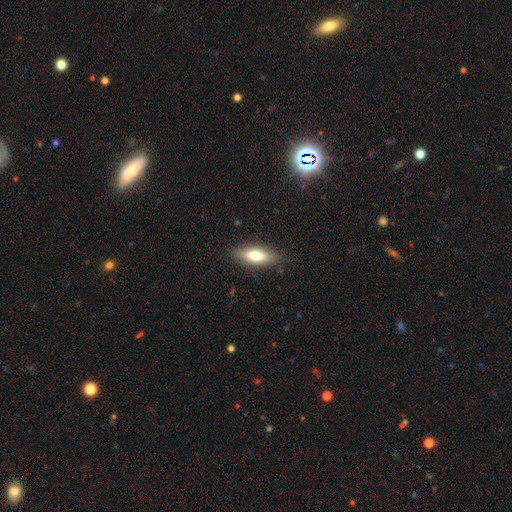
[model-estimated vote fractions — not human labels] Overall: smooth (71%). How rounded: in between (63%; cigar-shaped 35%). Merging: none (85%).